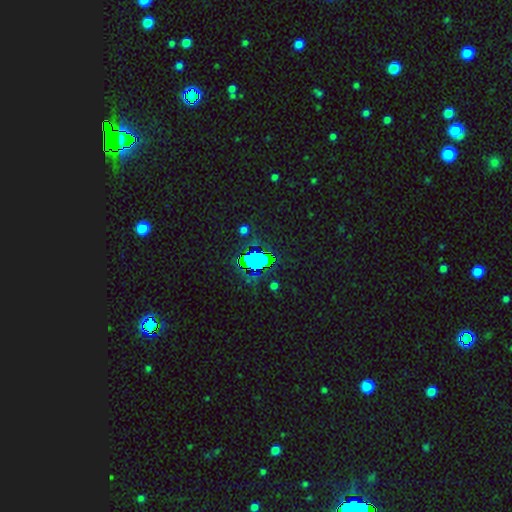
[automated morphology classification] smooth_or_featured: star or artifact (p=0.65) [alt: smooth p=0.24]